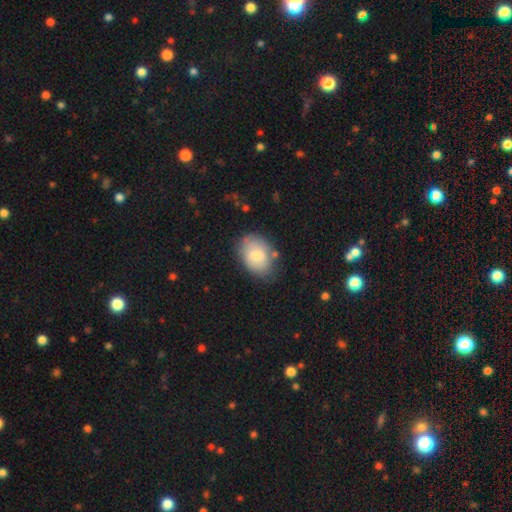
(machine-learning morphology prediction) Smooth or featured?
  - smooth: 72% *
  - featured or disk: 21%
  - star or artifact: 7%
How rounded?
  - in between: 80% *
  - round: 18%
  - cigar-shaped: 1%
Merging?
  - none: 68% *
  - minor disturbance: 23%
  - major disturbance: 6%
  - merger: 4%